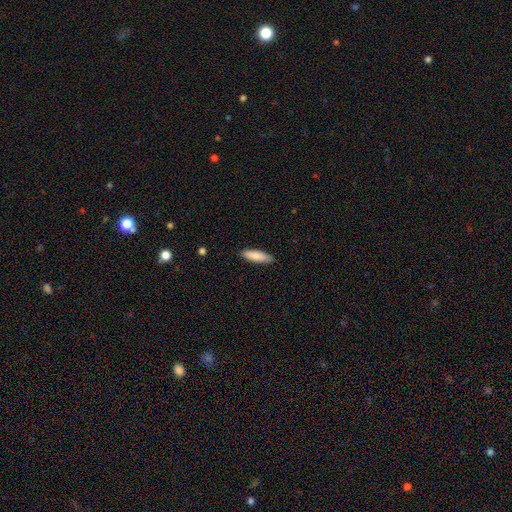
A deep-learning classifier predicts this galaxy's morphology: A smooth galaxy with no disk features (85%) that is cigar-shaped (60%).

Vote fractions:
- Smooth or featured? smooth: 85% / featured or disk: 9% / star or artifact: 5%
- How rounded? cigar-shaped: 60% / in between: 38% / round: 1%
- Merging? none: 88% / minor disturbance: 10% / major disturbance: 2% / merger: 1%